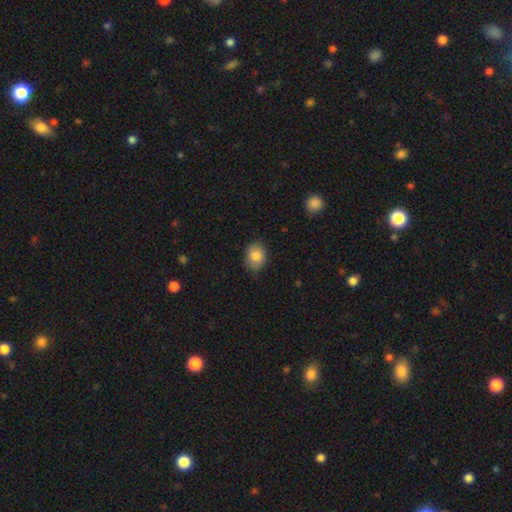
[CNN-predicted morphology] This is clearly a smooth galaxy (85%). How rounded: possibly in between (56%). Merging: likely none (77%).